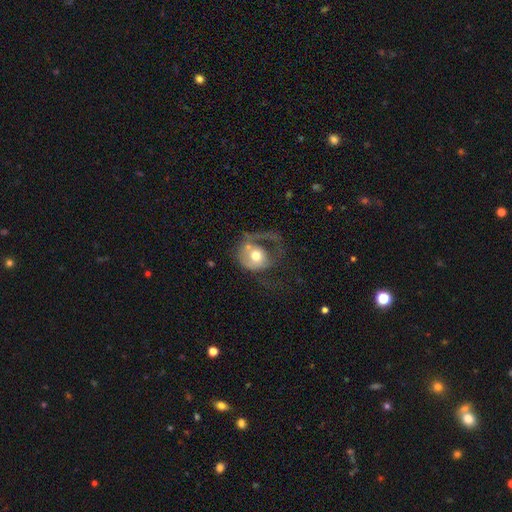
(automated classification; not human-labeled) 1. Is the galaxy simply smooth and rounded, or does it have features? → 48% smooth, 45% featured or disk, 7% star or artifact.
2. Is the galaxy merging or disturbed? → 57% major disturbance, 21% none, 15% minor disturbance, 7% merger.